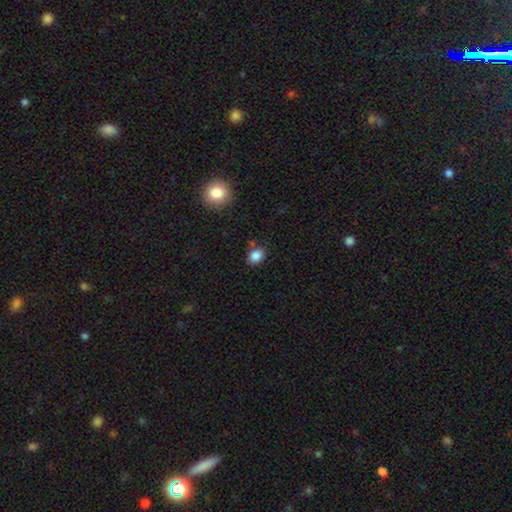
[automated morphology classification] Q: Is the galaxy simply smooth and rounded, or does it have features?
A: smooth — 85%.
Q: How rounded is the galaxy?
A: in between — 59%.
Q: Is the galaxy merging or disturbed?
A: none — 76%.